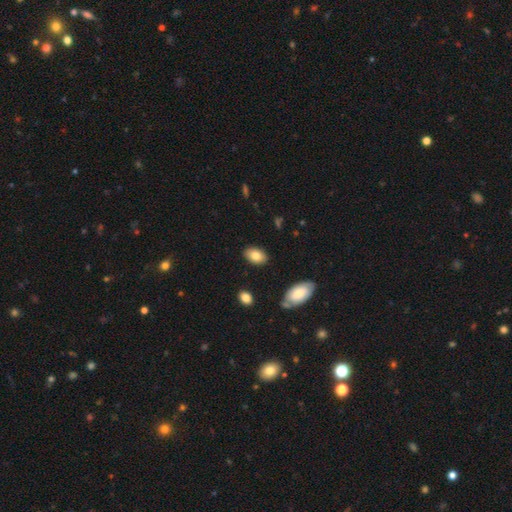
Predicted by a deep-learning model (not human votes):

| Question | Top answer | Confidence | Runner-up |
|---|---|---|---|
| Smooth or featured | smooth | 82% | featured or disk (11%) |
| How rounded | in between | 91% | round (8%) |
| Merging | none | 85% | minor disturbance (10%) |